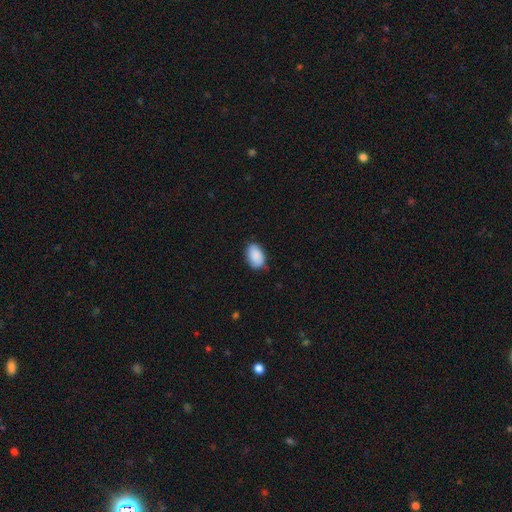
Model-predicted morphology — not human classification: Smooth or featured: smooth — 89% (star or artifact — 6%)
How rounded: in between — 90% (round — 8%)
Merging: none — 80% (minor disturbance — 17%)